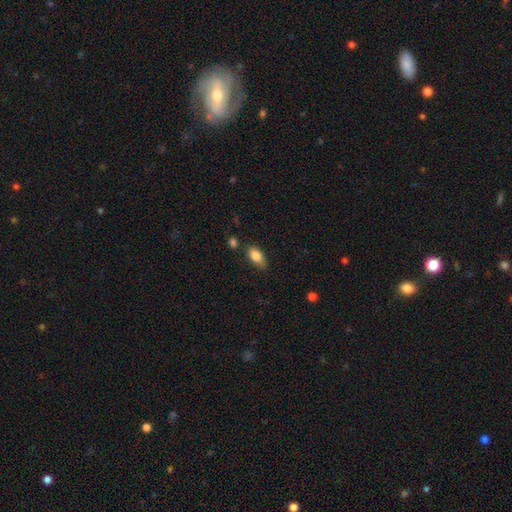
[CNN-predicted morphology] smooth 84%, featured or disk 9%, star or artifact 7%. Down the decision tree: how rounded — in between (89%); merging — none (67%).